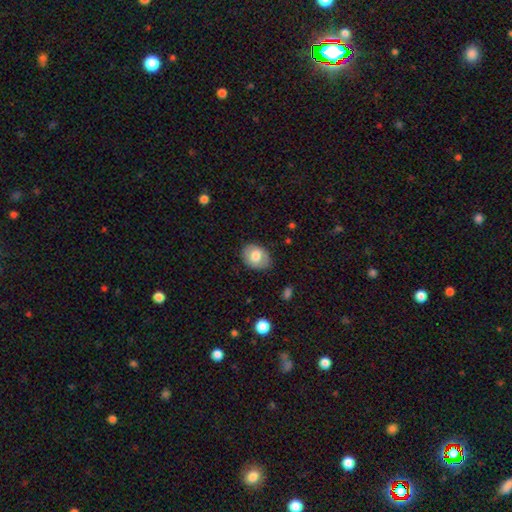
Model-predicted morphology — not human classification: Smooth or featured?
  - smooth: 69% *
  - featured or disk: 24%
  - star or artifact: 7%
How rounded?
  - in between: 68% *
  - round: 31%
  - cigar-shaped: 1%
Merging?
  - none: 80% *
  - minor disturbance: 15%
  - major disturbance: 4%
  - merger: 1%